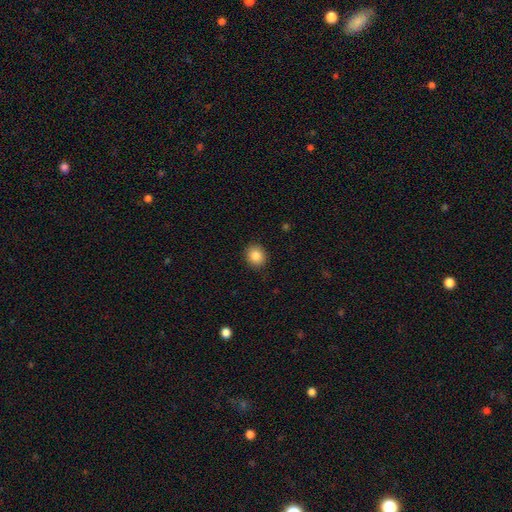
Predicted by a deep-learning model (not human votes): A smooth galaxy with no disk features (86%) that is round (83%). Merging: none (90%).